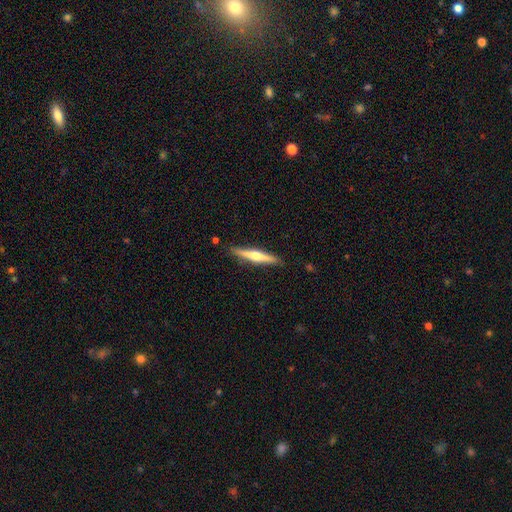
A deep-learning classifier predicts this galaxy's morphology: smooth-or-featured: featured or disk: 62% | smooth: 33% | star or artifact: 5%
  disk-edge-on: yes: 97% | no: 3%
    edge-on-bulge: rounded: 89% | none: 7% | boxy: 4%
  merging: none: 89% | minor disturbance: 8% | major disturbance: 2% | merger: 1%